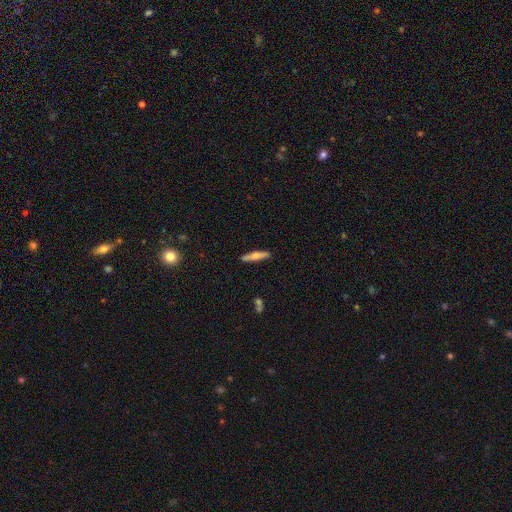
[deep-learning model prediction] smooth_or_featured: featured or disk (p=0.50) [alt: smooth p=0.44]
merging: none (p=0.89) [alt: minor disturbance p=0.08]